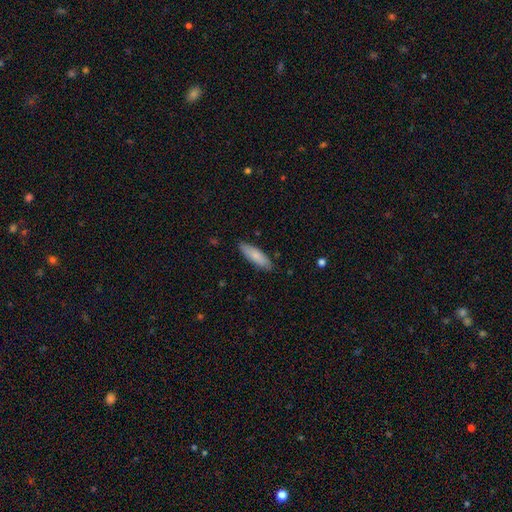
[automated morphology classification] smooth 81%, featured or disk 14%, star or artifact 6%. Down the decision tree: how rounded — cigar-shaped (52%); merging — none (86%).